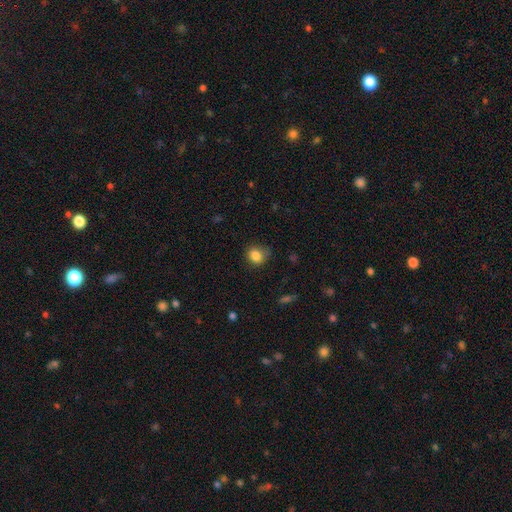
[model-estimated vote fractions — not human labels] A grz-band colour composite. It shows a smooth galaxy with no disk features (84%) that is round (70%). Merging: none (69%).